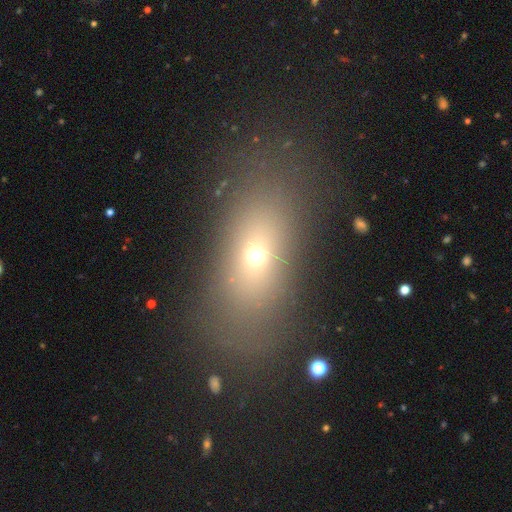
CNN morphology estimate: smooth-or-featured: smooth: 62% | featured or disk: 19% | star or artifact: 19%
  how-rounded: in between: 72% | round: 17% | cigar-shaped: 12%
  merging: none: 77% | minor disturbance: 12% | major disturbance: 9% | merger: 2%